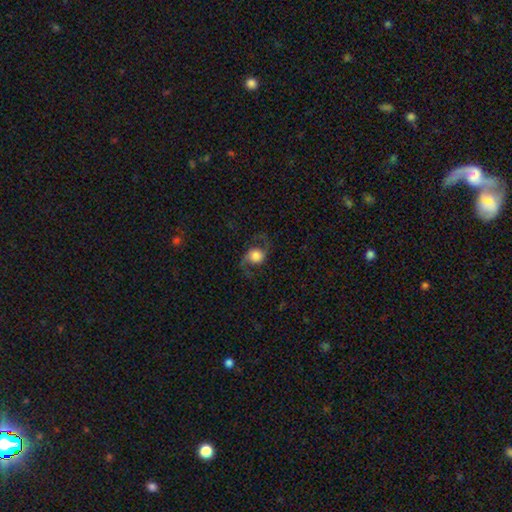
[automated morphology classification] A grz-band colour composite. It shows a featured or disk galaxy (70%) with no bar (74%), 2 (93%) loose (69%) spiral arms (94%) and a large central bulge (46%). Merging: none (73%).